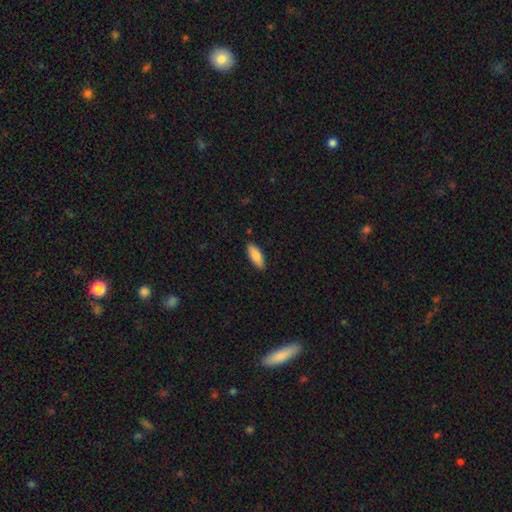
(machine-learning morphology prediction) Smooth or featured?
  - smooth: 83% *
  - featured or disk: 11%
  - star or artifact: 6%
How rounded?
  - in between: 70% *
  - cigar-shaped: 28%
  - round: 2%
Merging?
  - none: 88% *
  - minor disturbance: 9%
  - major disturbance: 2%
  - merger: 1%